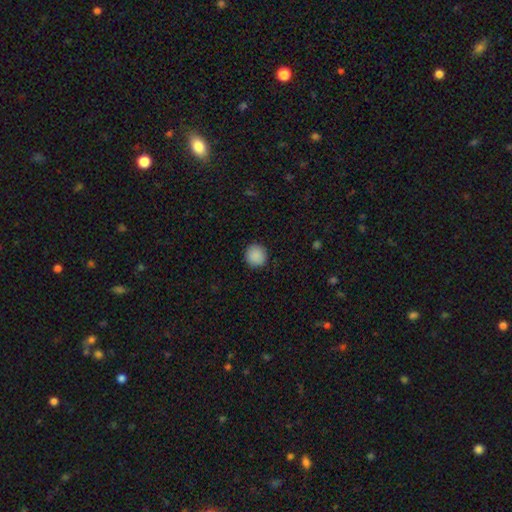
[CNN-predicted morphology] This is clearly a smooth galaxy (90%). How rounded: clearly round (93%). Merging: clearly none (92%).